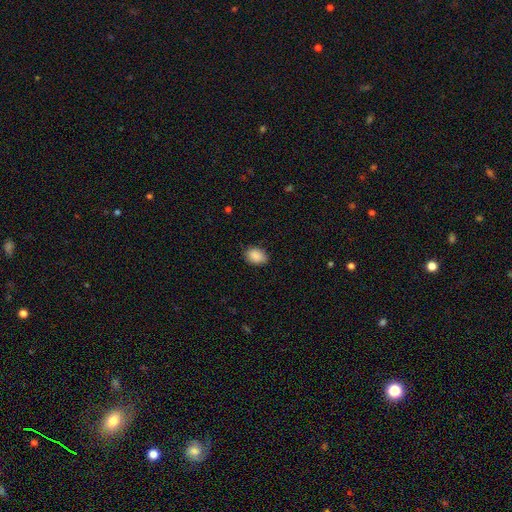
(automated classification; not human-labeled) Smooth or featured?
  - smooth: 88% *
  - star or artifact: 8%
  - featured or disk: 4%
How rounded?
  - in between: 74% *
  - round: 25%
  - cigar-shaped: 1%
Merging?
  - none: 79% *
  - minor disturbance: 17%
  - major disturbance: 3%
  - merger: 1%